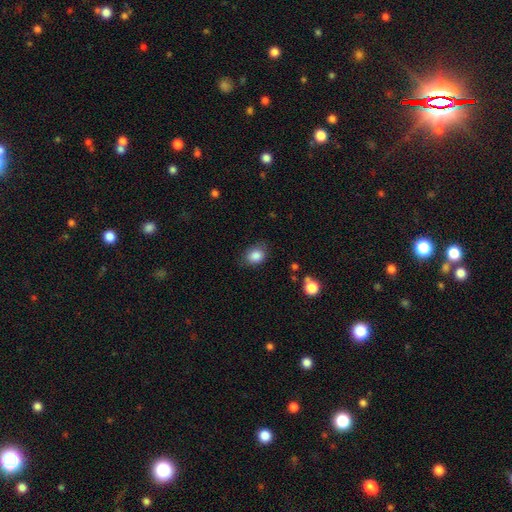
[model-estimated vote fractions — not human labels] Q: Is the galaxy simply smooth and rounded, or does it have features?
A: smooth — 86%.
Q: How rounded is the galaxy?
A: in between — 57%.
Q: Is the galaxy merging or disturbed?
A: none — 74%.